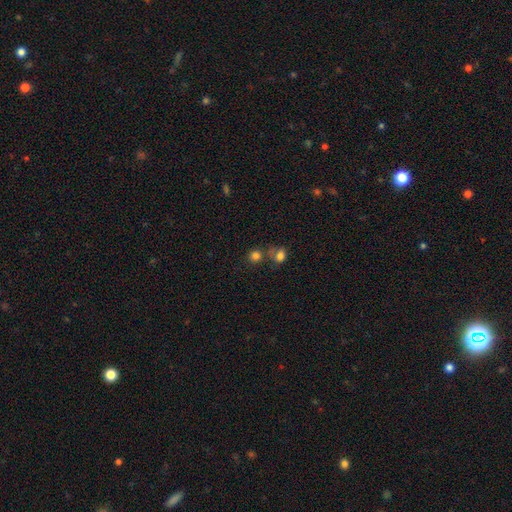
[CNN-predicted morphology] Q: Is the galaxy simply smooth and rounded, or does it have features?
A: smooth — 79%.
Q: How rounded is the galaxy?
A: round — 84%.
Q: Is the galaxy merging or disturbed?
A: none — 59%.